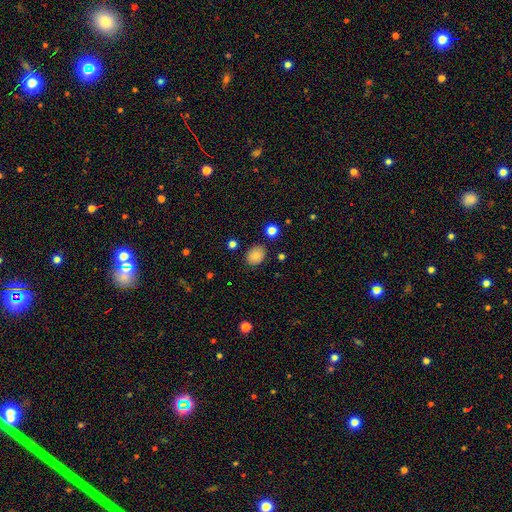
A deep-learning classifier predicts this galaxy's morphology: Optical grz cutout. It shows a smooth galaxy with no disk features (82%) that is in between round and cigar-shaped (52%). Merging: none (83%).